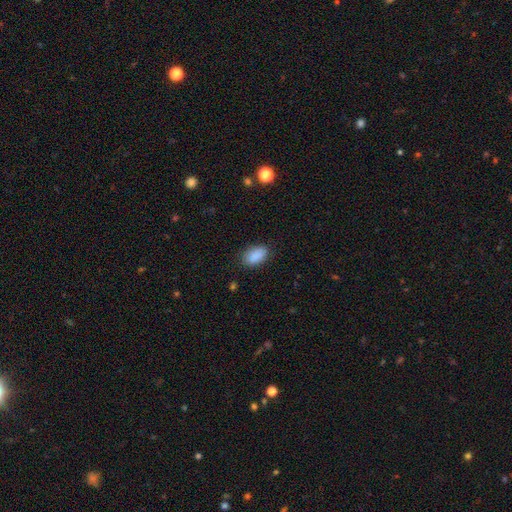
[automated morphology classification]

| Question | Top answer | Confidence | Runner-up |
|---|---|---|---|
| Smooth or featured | smooth | 90% | star or artifact (7%) |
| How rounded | in between | 92% | round (6%) |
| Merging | none | 84% | minor disturbance (12%) |